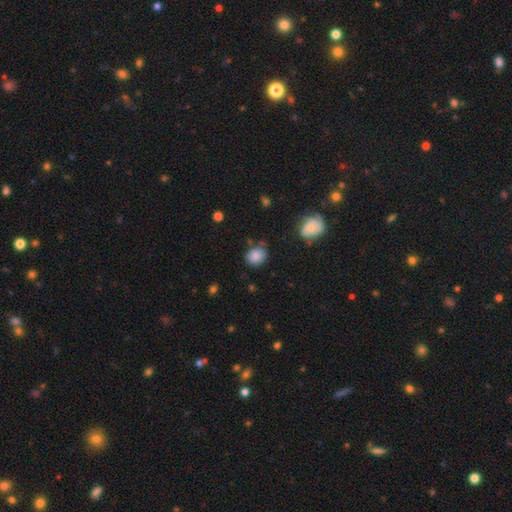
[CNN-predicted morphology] type=smooth (84%); roundness=round (64%); merging=none (70%).